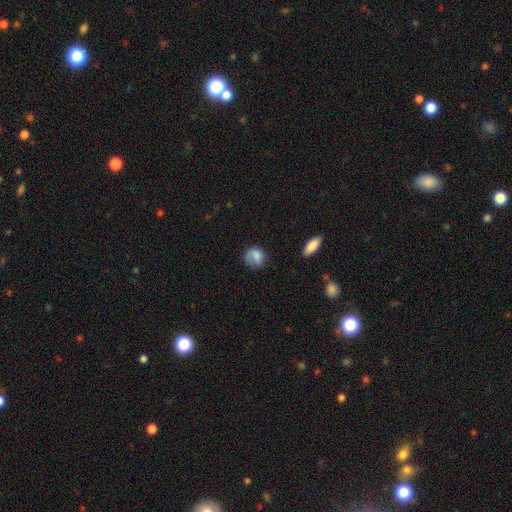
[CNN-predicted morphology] This is likely a smooth galaxy (80%). How rounded: likely round (71%). Merging: possibly none (60%).